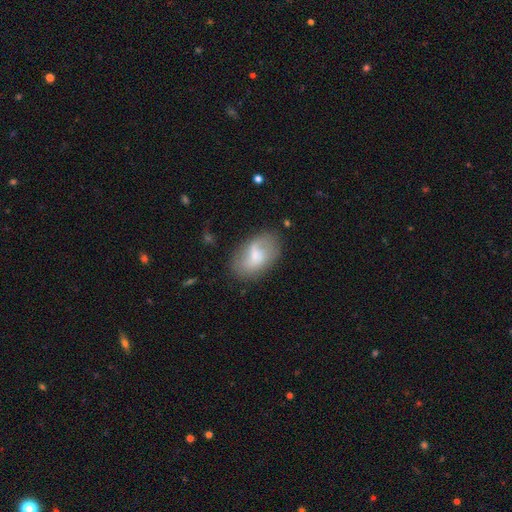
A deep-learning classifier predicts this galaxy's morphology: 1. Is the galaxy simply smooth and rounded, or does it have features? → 53% smooth, 40% featured or disk, 8% star or artifact.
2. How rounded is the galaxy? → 88% in between, 10% round, 2% cigar-shaped.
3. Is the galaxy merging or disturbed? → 66% none, 22% minor disturbance, 9% major disturbance, 3% merger.